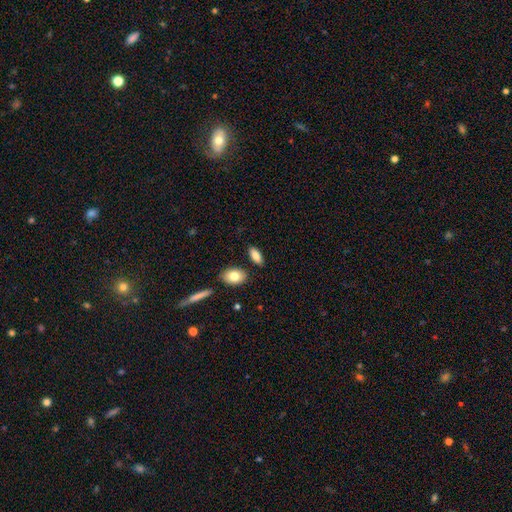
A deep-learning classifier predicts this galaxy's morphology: A smooth galaxy with no disk features (82%) that is in between round and cigar-shaped (86%).

Vote fractions:
- Smooth or featured? smooth: 82% / featured or disk: 11% / star or artifact: 7%
- How rounded? in between: 86% / cigar-shaped: 11% / round: 3%
- Merging? none: 82% / minor disturbance: 10% / merger: 5% / major disturbance: 3%